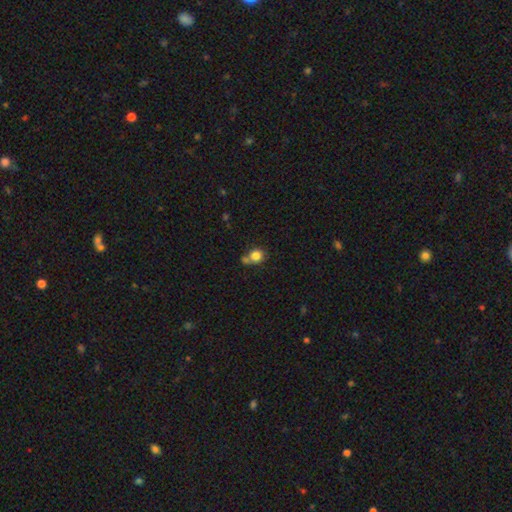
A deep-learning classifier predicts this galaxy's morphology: A smooth galaxy with no disk features (82%) that is round (79%).

Vote fractions:
- Smooth or featured? smooth: 82% / star or artifact: 10% / featured or disk: 8%
- How rounded? round: 79% / in between: 20% / cigar-shaped: 1%
- Merging? none: 49% / merger: 31% / minor disturbance: 15% / major disturbance: 5%